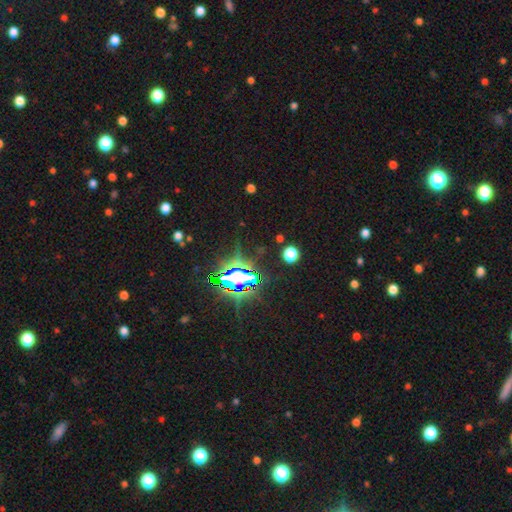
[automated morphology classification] This appears to be a star or artifact, not a galaxy (81%).